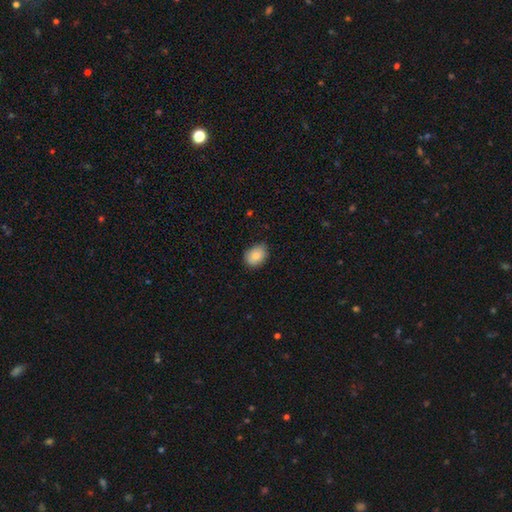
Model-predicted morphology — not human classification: A smooth galaxy with no disk features (84%) that is in between round and cigar-shaped (70%). Merging: none (75%).